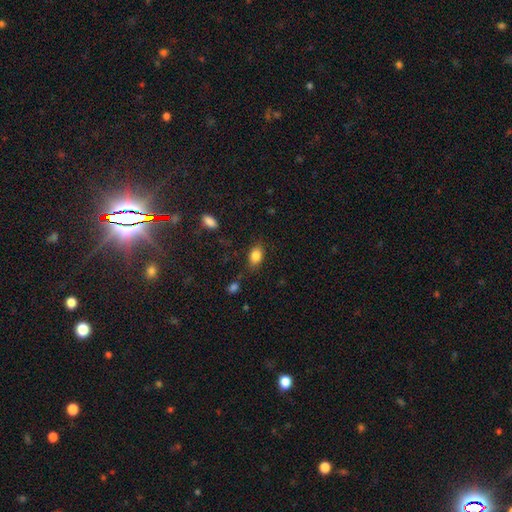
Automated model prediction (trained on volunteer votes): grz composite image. It shows a smooth galaxy with no disk features (85%) that is in between round and cigar-shaped (83%). Merging: none (79%).